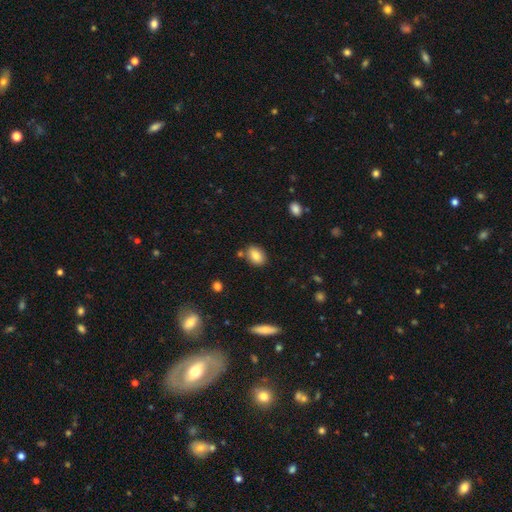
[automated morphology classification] A smooth galaxy with no disk features (83%) that is in between round and cigar-shaped (76%). Merging: none (79%).